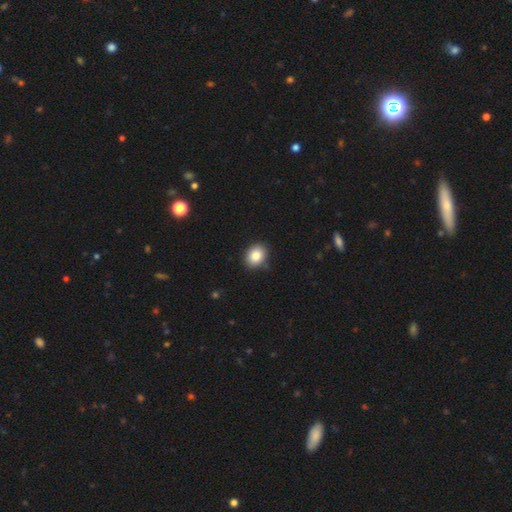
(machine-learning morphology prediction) A smooth galaxy with no disk features (86%) that is in between round and cigar-shaped (50%).

Vote fractions:
- Smooth or featured? smooth: 86% / star or artifact: 9% / featured or disk: 5%
- How rounded? in between: 50% / round: 49% / cigar-shaped: 1%
- Merging? none: 87% / minor disturbance: 10% / major disturbance: 2% / merger: 1%